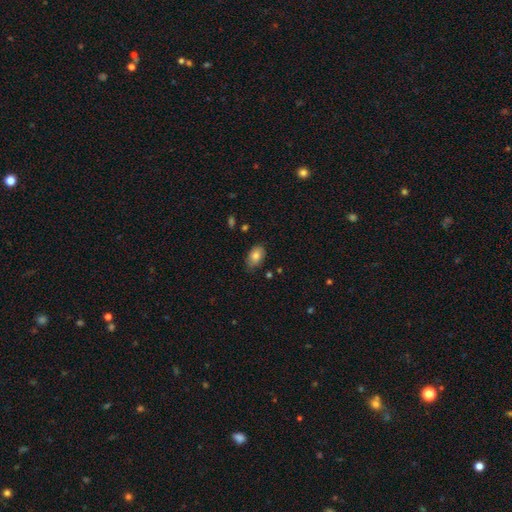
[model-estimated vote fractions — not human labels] The model was most divided on "merging": none: 78%, minor disturbance: 18%, major disturbance: 3%, merger: 1%. More confident: how rounded — in between (88%); smooth or featured — smooth (83%).